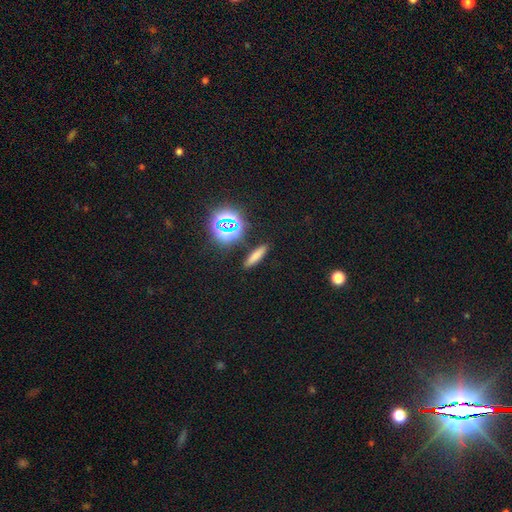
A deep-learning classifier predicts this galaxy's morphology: A smooth galaxy with no disk features (69%) that is cigar-shaped (79%).

Vote fractions:
- Smooth or featured? smooth: 69% / star or artifact: 20% / featured or disk: 10%
- How rounded? cigar-shaped: 79% / in between: 16% / round: 5%
- Merging? none: 89% / minor disturbance: 7% / major disturbance: 2% / merger: 2%